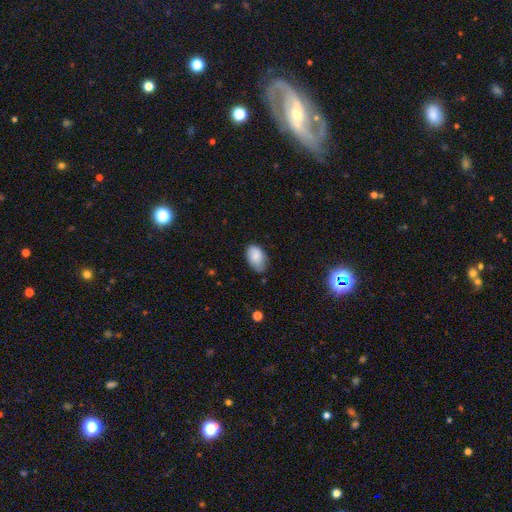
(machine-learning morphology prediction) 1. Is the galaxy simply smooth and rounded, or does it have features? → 83% smooth, 9% featured or disk, 7% star or artifact.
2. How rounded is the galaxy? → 91% in between, 8% round, 1% cigar-shaped.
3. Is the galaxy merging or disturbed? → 58% none, 34% minor disturbance, 6% major disturbance, 2% merger.